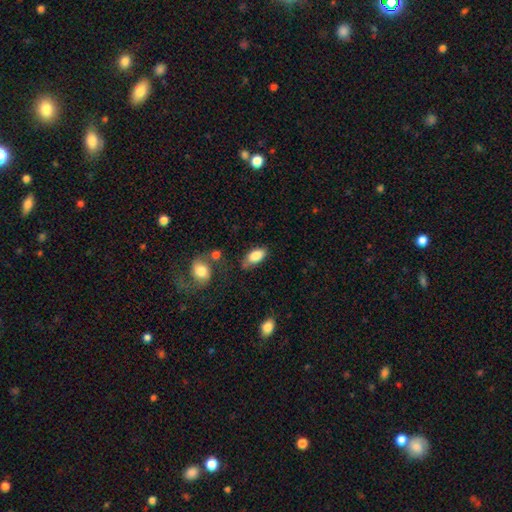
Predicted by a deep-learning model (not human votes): Q: Smooth or featured?
A: smooth (86%); runner-up: featured or disk (7%)
Q: How rounded?
A: in between (91%); runner-up: cigar-shaped (5%)
Q: Merging?
A: none (65%); runner-up: minor disturbance (23%)